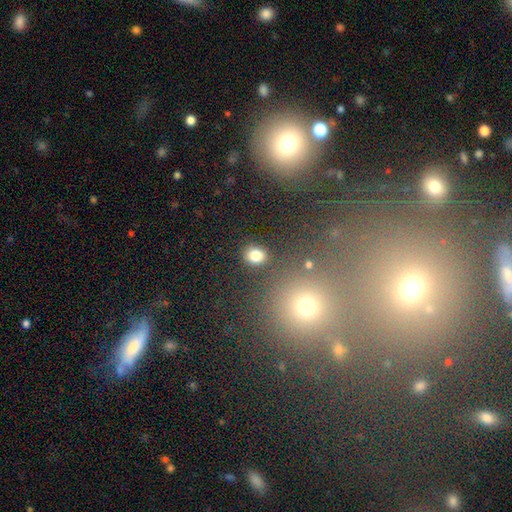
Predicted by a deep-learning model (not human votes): The model was most divided on "how rounded": round: 64%, in between: 35%, cigar-shaped: 1%. More confident: merging — none (84%); smooth or featured — smooth (82%).